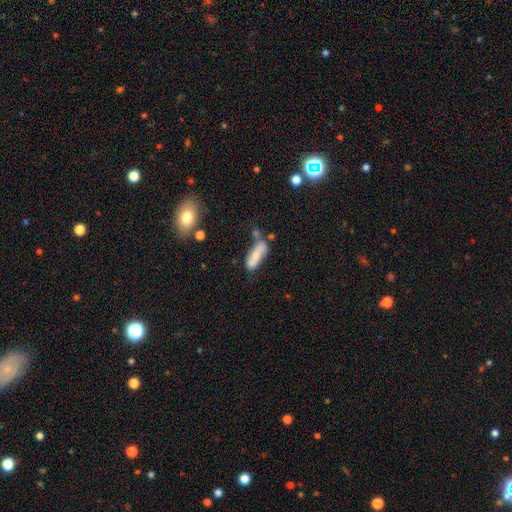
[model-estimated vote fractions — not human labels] Smooth or featured? smooth (61%)
How rounded? in between (56%)
Merging? none (42%)